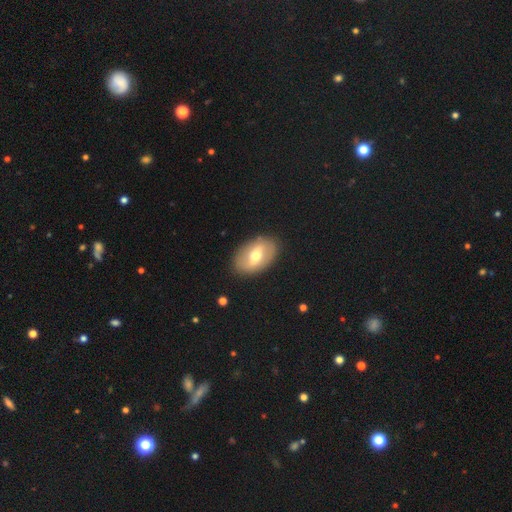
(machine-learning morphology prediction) smooth_or_featured: featured or disk (p=0.49) [alt: smooth p=0.45]
merging: none (p=0.87) [alt: minor disturbance p=0.09]